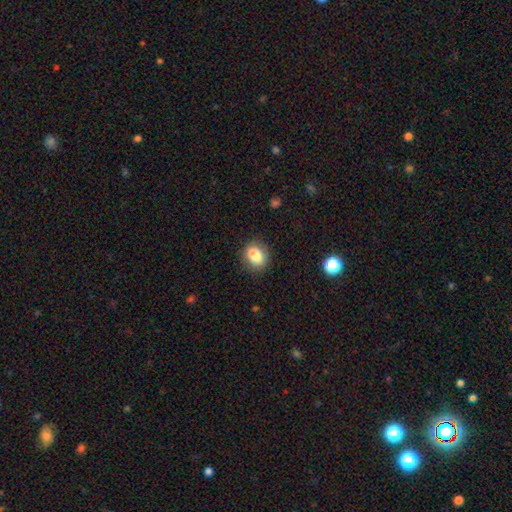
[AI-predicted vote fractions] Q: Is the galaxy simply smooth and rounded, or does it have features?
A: smooth — 82%.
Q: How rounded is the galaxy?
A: in between — 60%.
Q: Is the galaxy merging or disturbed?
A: none — 78%.